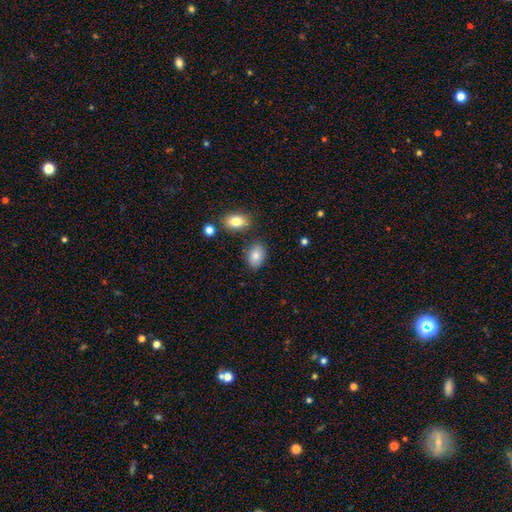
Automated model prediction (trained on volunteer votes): smooth_or_featured: smooth (p=0.84) [alt: featured or disk p=0.08]
how_rounded: in between (p=0.84) [alt: round p=0.15]
merging: none (p=0.79) [alt: minor disturbance p=0.13]